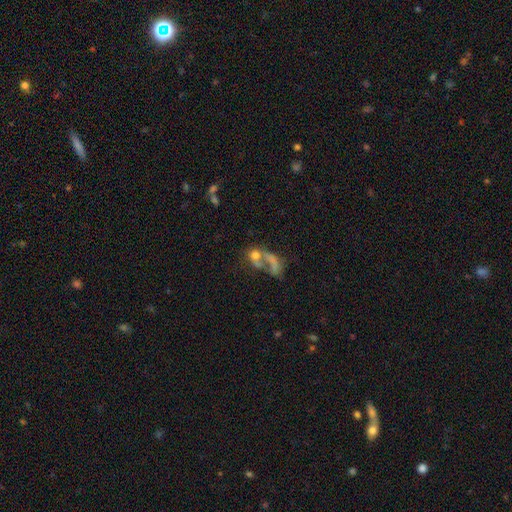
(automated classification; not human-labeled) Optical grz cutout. It shows a smooth galaxy with no disk features (48%). Merging: merger (44%).